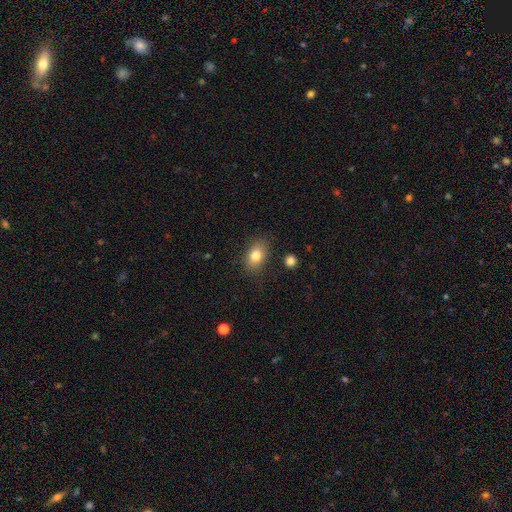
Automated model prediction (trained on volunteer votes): This appears to be a smooth galaxy with no disk features (80%) that is in between round and cigar-shaped (83%). Merging: none (83%).